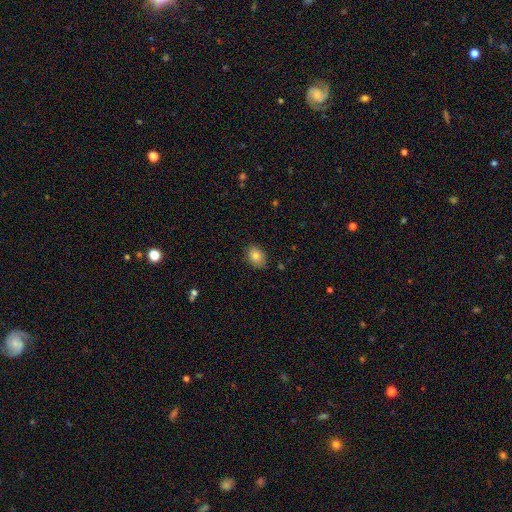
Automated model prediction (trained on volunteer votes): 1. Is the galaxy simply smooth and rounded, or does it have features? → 81% smooth, 10% featured or disk, 9% star or artifact.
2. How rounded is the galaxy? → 70% in between, 29% round, 1% cigar-shaped.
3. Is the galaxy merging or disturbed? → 82% none, 15% minor disturbance, 2% major disturbance, 1% merger.